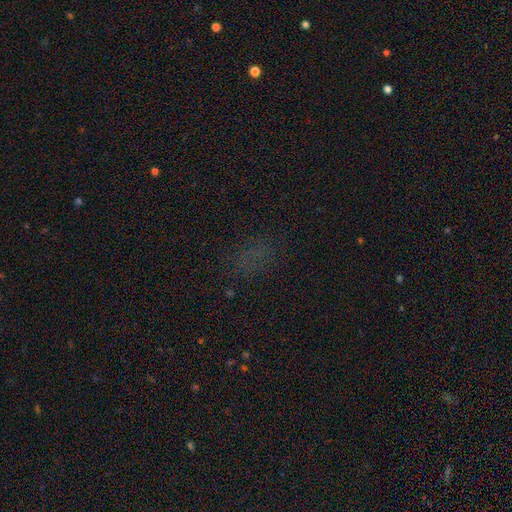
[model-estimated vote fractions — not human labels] Morphology: type=smooth (46%); merging=none (76%).